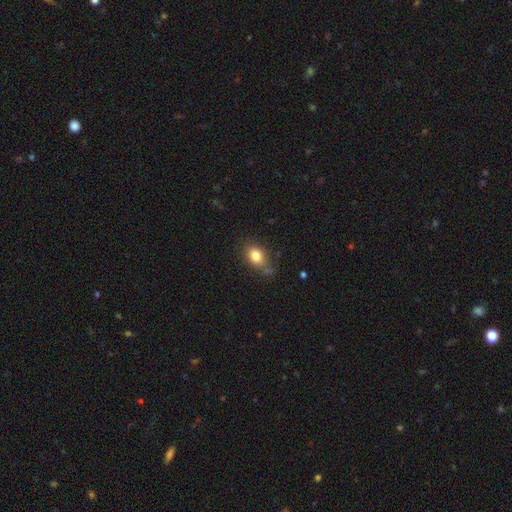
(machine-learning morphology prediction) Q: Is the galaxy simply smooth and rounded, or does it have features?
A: smooth — 81%.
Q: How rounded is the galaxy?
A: in between — 63%.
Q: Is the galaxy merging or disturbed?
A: none — 66%.